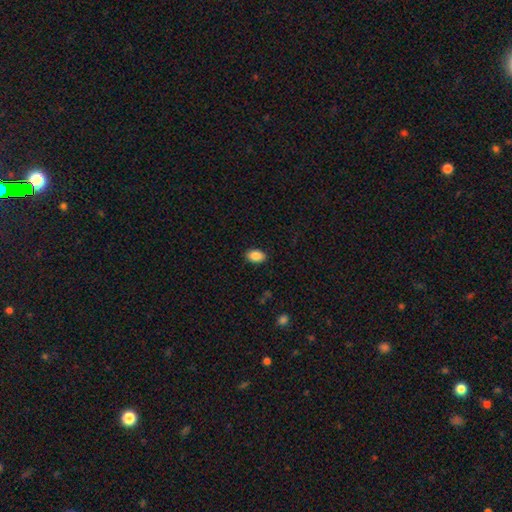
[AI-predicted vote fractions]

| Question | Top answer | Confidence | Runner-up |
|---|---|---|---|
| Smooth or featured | smooth | 88% | star or artifact (8%) |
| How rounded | in between | 89% | round (10%) |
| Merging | none | 89% | minor disturbance (8%) |